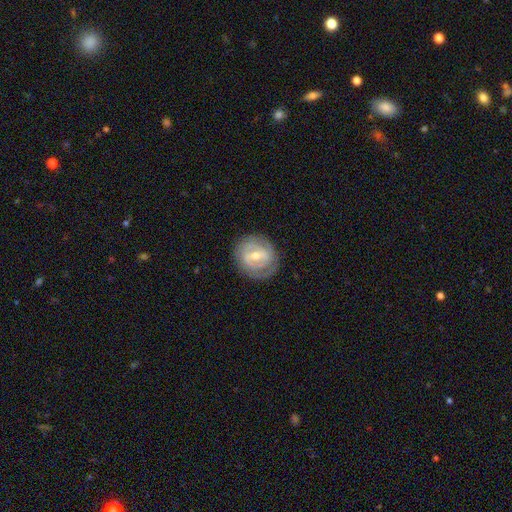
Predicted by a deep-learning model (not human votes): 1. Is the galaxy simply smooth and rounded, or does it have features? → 75% featured or disk, 20% smooth, 5% star or artifact.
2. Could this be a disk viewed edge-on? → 96% no, 4% yes.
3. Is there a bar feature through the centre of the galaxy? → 47% weak, 36% strong, 18% no.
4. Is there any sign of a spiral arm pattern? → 76% yes, 24% no.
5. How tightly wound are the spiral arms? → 63% tight, 28% medium, 9% loose.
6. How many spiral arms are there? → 61% 2, 25% can't tell, 6% 3, 5% 1, 2% 4, 2% more than 4.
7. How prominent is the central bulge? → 56% moderate, 39% small, 3% large, 1% none, 1% dominant.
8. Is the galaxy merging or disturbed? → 80% none, 14% minor disturbance, 6% major disturbance, 1% merger.